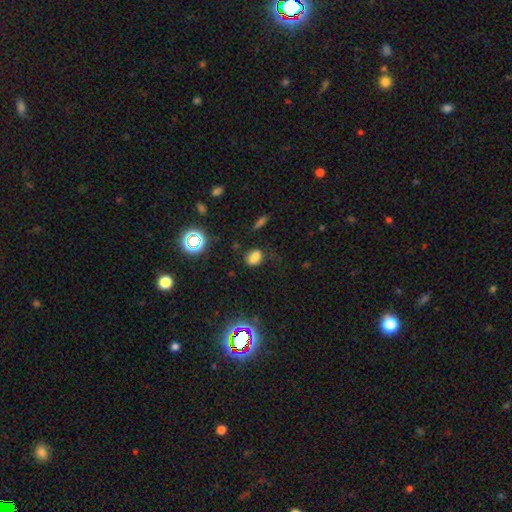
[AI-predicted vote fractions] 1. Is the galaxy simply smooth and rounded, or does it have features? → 71% smooth, 20% star or artifact, 9% featured or disk.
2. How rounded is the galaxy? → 68% in between, 30% round, 2% cigar-shaped.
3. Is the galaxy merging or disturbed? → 65% none, 21% minor disturbance, 9% major disturbance, 5% merger.